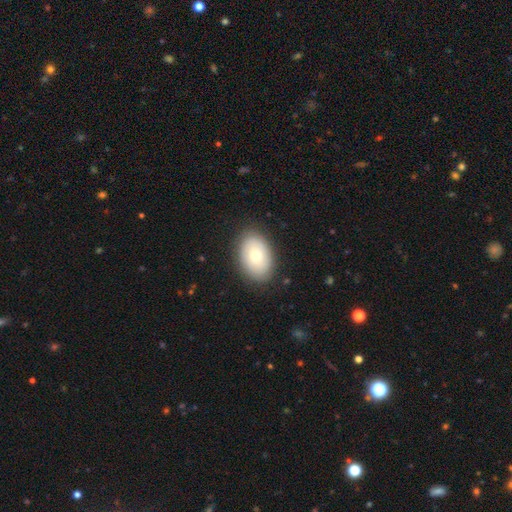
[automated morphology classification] A smooth galaxy with no disk features (72%) that is in between round and cigar-shaped (85%). Merging: none (87%).